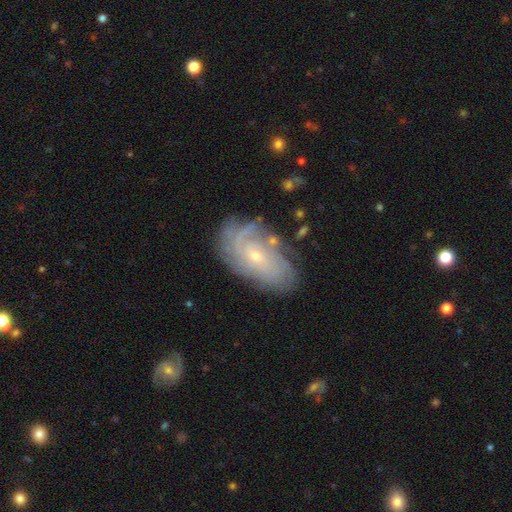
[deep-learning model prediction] This appears to be a featured or disk galaxy (78%) with no bar (71%), tight (68%) spiral arms (92%) and a small central bulge (75%). Merging: none (72%).